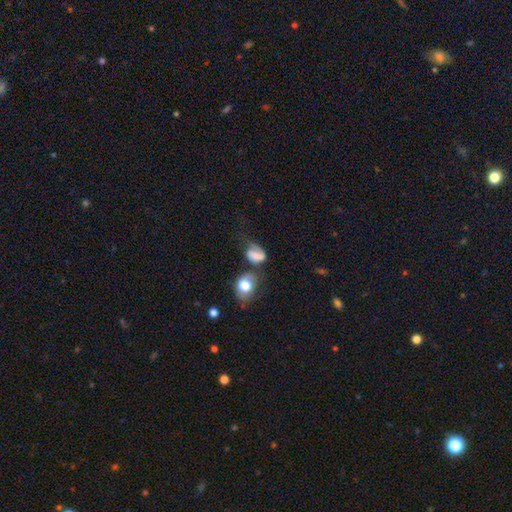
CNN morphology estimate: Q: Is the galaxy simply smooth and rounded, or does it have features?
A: smooth — 61%.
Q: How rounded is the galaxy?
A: in between — 66%.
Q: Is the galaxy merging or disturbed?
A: major disturbance — 32%.